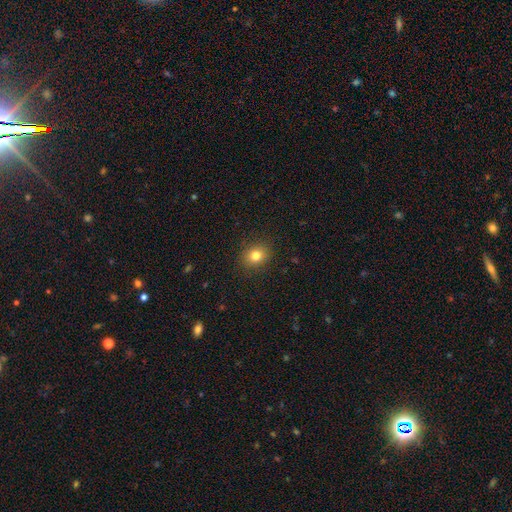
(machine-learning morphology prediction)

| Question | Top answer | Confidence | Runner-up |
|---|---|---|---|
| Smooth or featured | smooth | 80% | star or artifact (12%) |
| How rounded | round | 64% | in between (35%) |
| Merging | none | 89% | minor disturbance (7%) |